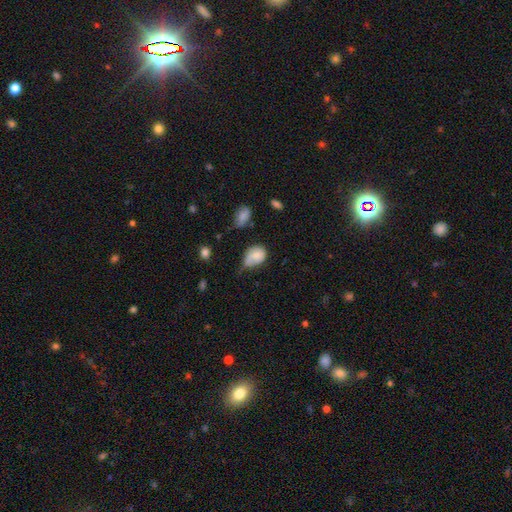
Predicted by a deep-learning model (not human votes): Smooth or featured? smooth (69%)
How rounded? in between (61%)
Merging? minor disturbance (48%)